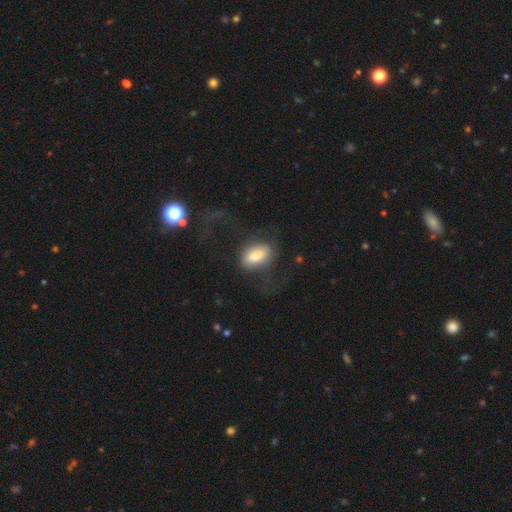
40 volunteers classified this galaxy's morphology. smooth 65%, featured or disk 30%, star or artifact 5%. Down the decision tree: how rounded — in between (92%); merging — major disturbance (45%).